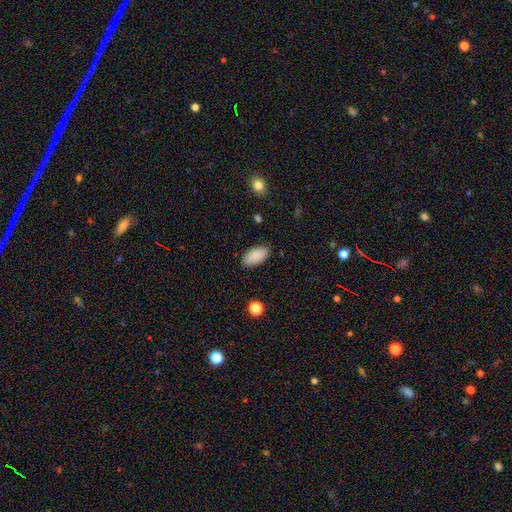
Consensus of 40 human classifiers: This appears to be a smooth galaxy with no disk features (90%) that is in between round and cigar-shaped (97%). Merging: none (97%).